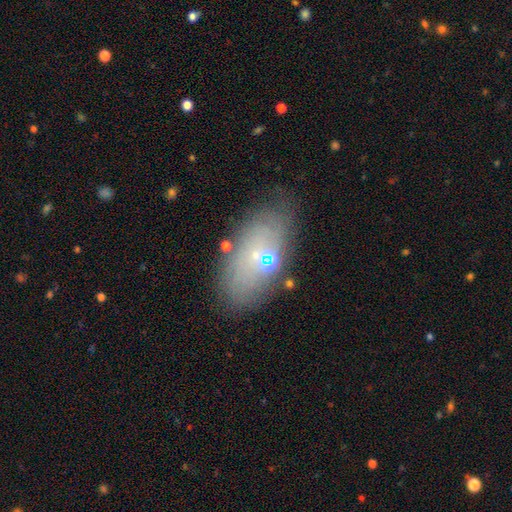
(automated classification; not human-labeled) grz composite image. It shows a smooth galaxy with no disk features (45%). Merging: none (70%).